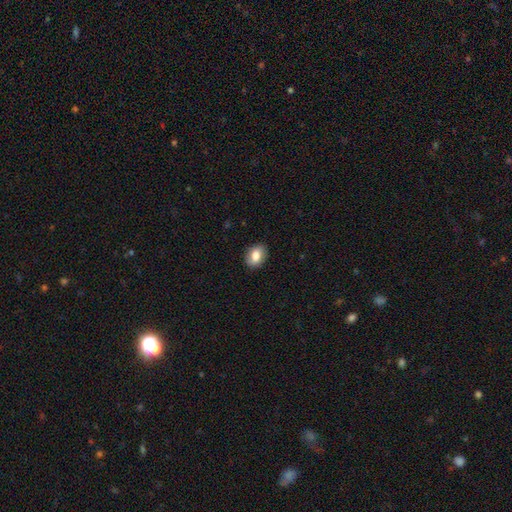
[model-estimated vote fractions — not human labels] This appears to be a smooth galaxy with no disk features (81%) that is in between round and cigar-shaped (71%). Merging: none (86%).